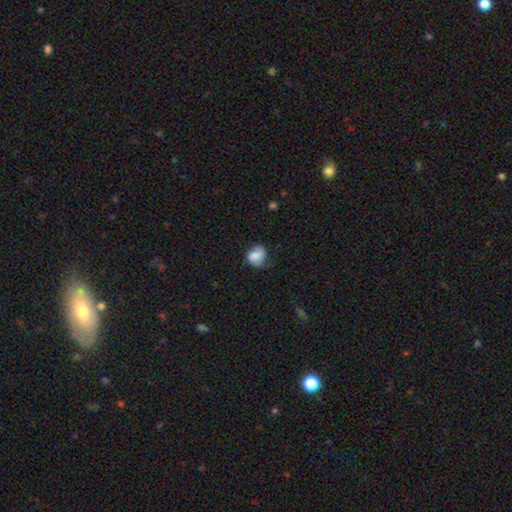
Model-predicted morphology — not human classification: smooth_or_featured: smooth (p=0.66) [alt: featured or disk p=0.25]
how_rounded: round (p=0.59) [alt: in between p=0.40]
merging: none (p=0.46) [alt: minor disturbance p=0.35]